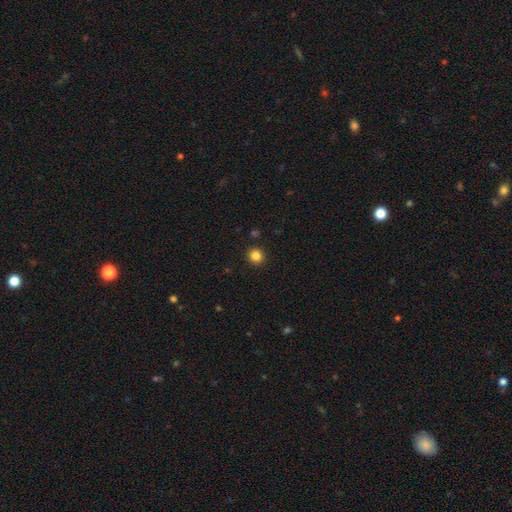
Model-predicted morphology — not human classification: This appears to be a smooth galaxy with no disk features (84%) that is round (92%). Merging: none (92%).